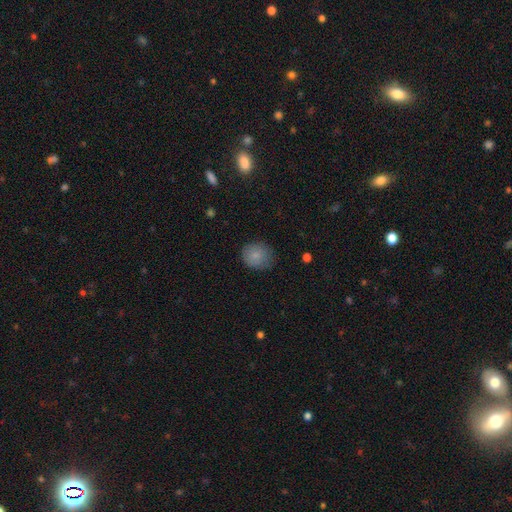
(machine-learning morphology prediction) This appears to be a smooth galaxy with no disk features (82%) that is round (82%). Merging: none (73%).